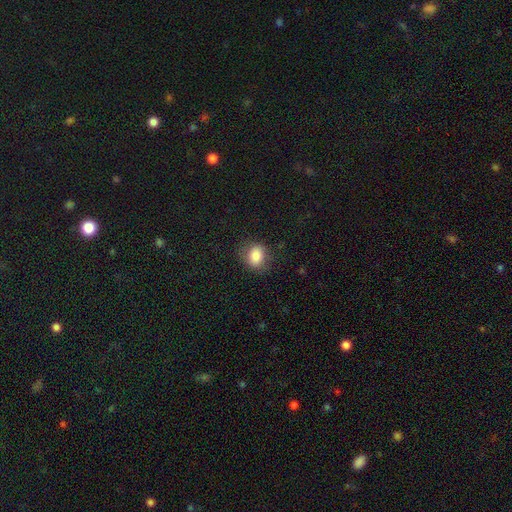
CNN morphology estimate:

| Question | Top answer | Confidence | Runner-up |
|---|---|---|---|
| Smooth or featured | smooth | 83% | star or artifact (9%) |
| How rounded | round | 52% | in between (47%) |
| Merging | none | 77% | minor disturbance (16%) |